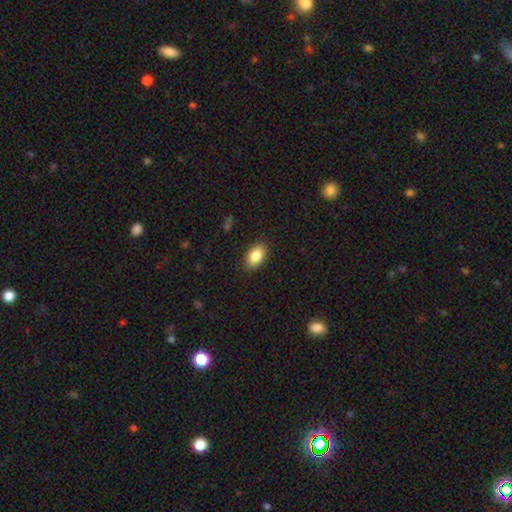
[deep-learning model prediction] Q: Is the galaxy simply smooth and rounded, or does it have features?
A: smooth — 85%.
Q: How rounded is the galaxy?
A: in between — 91%.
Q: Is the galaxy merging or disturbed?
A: none — 88%.